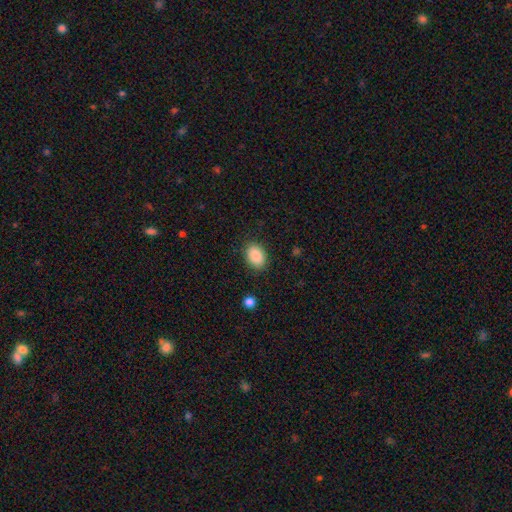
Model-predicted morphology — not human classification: Smooth or featured? Predicted: smooth (p=0.89). How rounded? Predicted: in between (p=0.82). Merging? Predicted: none (p=0.86).